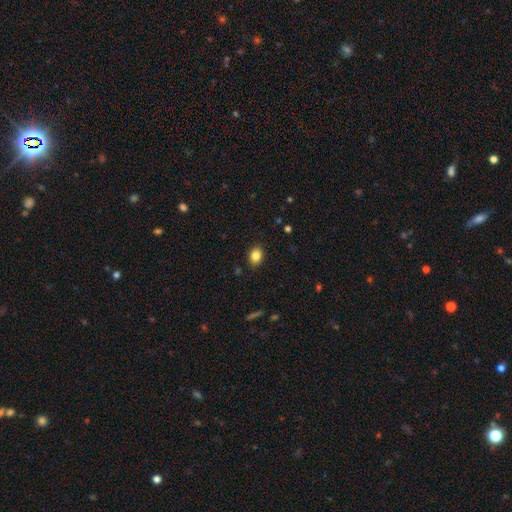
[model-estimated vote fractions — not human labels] This is clearly a smooth galaxy (84%). How rounded: likely in between (63%). Merging: clearly none (87%).